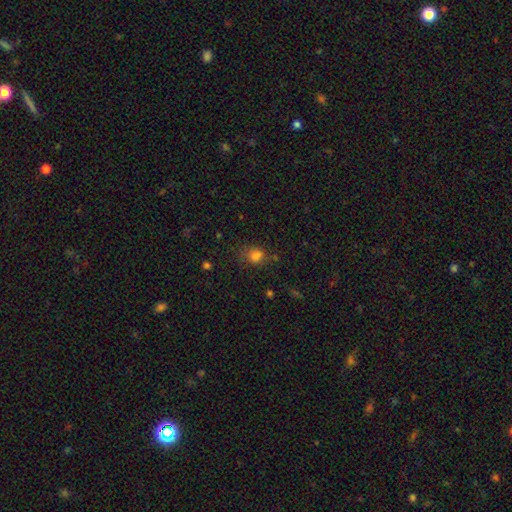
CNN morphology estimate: Smooth or featured: smooth — 75% (star or artifact — 16%)
How rounded: in between — 51% (round — 48%)
Merging: none — 58% (minor disturbance — 23%)